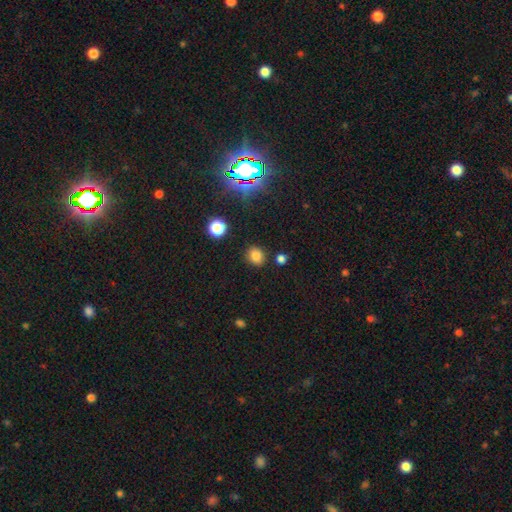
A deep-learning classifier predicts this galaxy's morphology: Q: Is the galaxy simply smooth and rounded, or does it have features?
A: smooth — 79%.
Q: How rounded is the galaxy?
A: round — 63%.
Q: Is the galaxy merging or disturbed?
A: none — 83%.